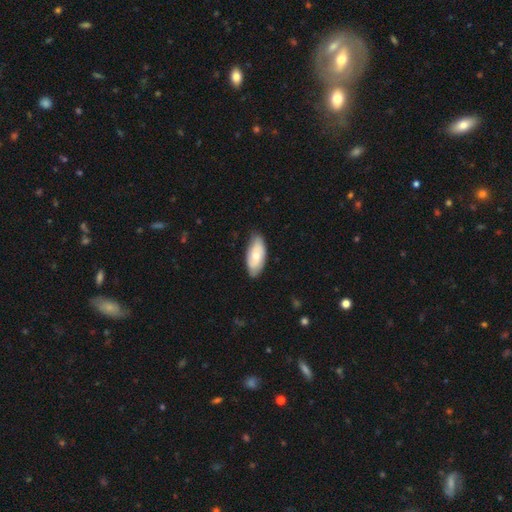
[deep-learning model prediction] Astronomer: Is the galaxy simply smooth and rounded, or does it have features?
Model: smooth — 55% (runner-up: featured or disk, 40%).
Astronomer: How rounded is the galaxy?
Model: in between — 90%.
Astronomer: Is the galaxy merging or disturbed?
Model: none — 77%.